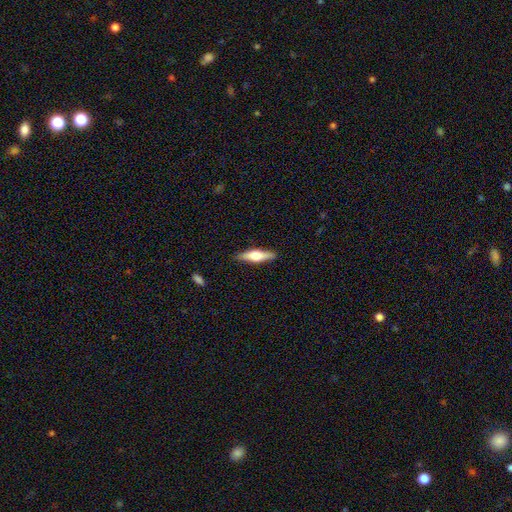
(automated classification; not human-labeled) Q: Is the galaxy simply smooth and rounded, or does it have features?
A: featured or disk — 49%.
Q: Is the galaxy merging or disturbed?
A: none — 89%.